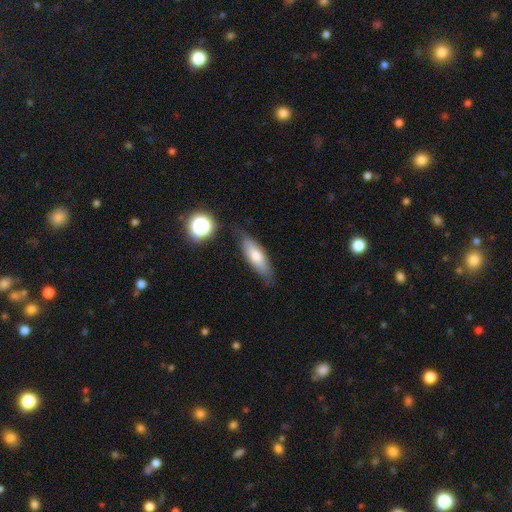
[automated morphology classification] Q: Smooth or featured?
A: smooth (68%); runner-up: featured or disk (24%)
Q: How rounded?
A: cigar-shaped (49%); runner-up: in between (48%)
Q: Merging?
A: none (78%); runner-up: minor disturbance (15%)